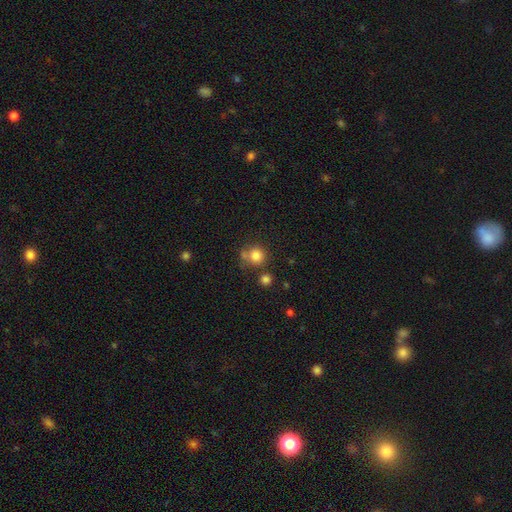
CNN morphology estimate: type=smooth (81%); roundness=round (90%); merging=none (65%).